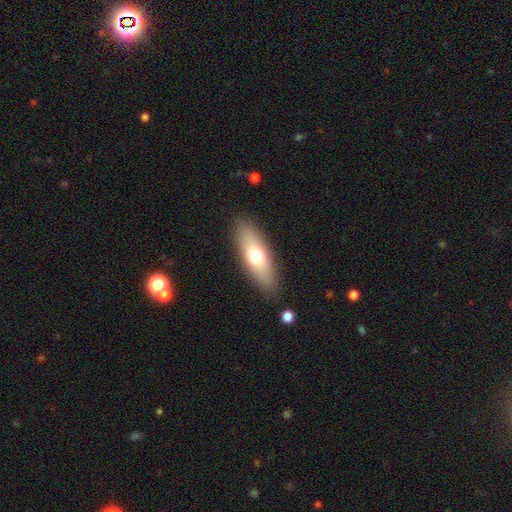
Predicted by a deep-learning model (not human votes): smooth_or_featured: smooth (p=0.64) [alt: featured or disk p=0.29]
how_rounded: in between (p=0.63) [alt: cigar-shaped p=0.34]
merging: none (p=0.87) [alt: minor disturbance p=0.09]